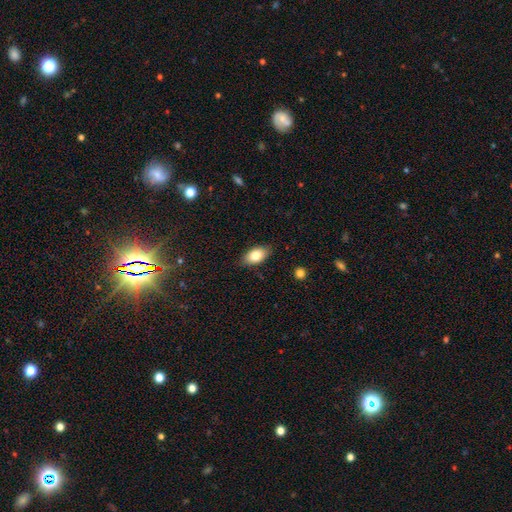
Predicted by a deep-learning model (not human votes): Smooth or featured? smooth (80%)
How rounded? in between (91%)
Merging? none (84%)